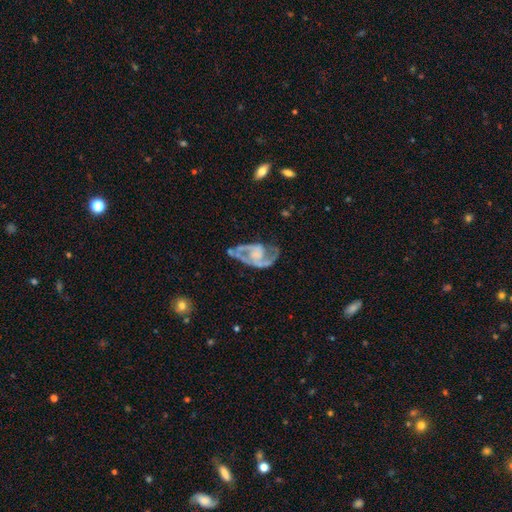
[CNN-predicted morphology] Smooth or featured: featured or disk — 86% (smooth — 8%)
Edge-on disk: no — 97% (yes — 3%)
Bar: no — 57% (weak — 32%)
Spiral arms: yes — 91% (no — 9%)
Spiral winding: medium — 50% (tight — 28%)
Spiral arm count: 2 — 78% (can't tell — 8%)
Bulge size: none — 47% (small — 25%)
Merging: none — 51% (major disturbance — 23%)